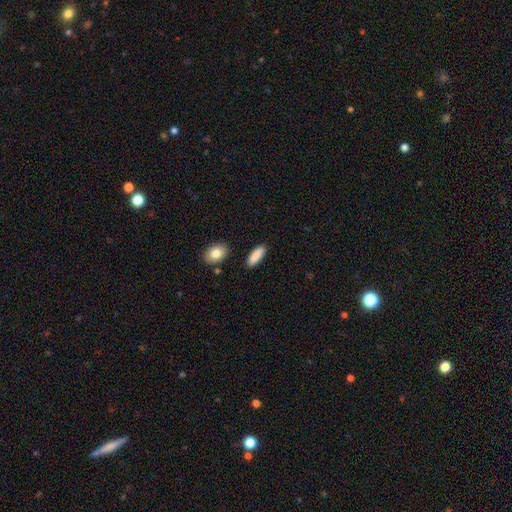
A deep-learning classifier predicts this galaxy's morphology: smooth_or_featured: smooth (p=0.88) [alt: star or artifact p=0.06]
how_rounded: in between (p=0.62) [alt: cigar-shaped p=0.36]
merging: none (p=0.88) [alt: minor disturbance p=0.08]